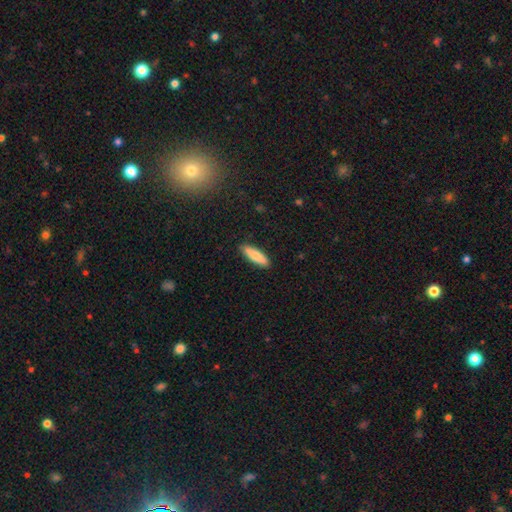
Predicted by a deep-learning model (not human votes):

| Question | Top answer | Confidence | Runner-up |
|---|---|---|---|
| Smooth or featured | smooth | 79% | featured or disk (16%) |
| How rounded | cigar-shaped | 60% | in between (38%) |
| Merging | none | 89% | minor disturbance (8%) |